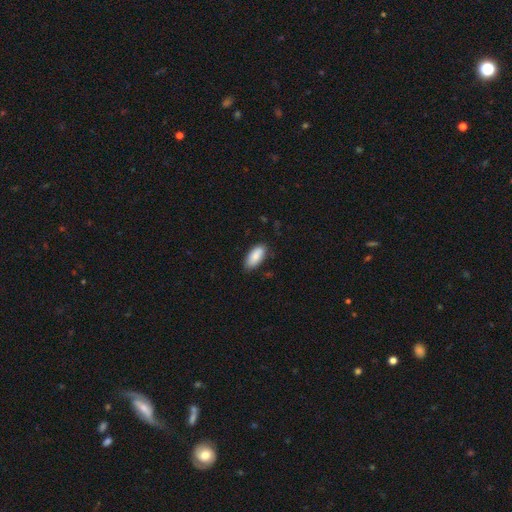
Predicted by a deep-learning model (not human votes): This appears to be a smooth galaxy with no disk features (87%) that is in between round and cigar-shaped (90%). Merging: none (81%).